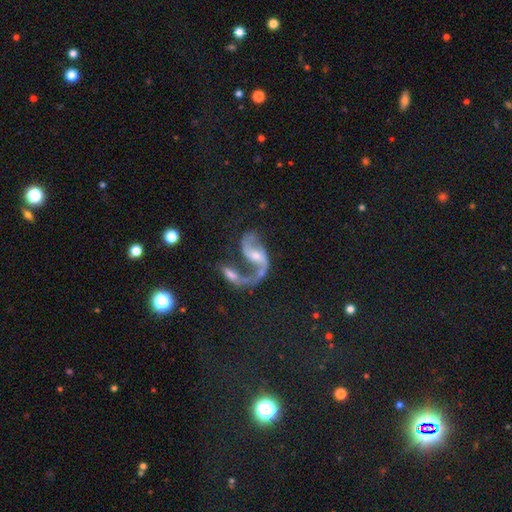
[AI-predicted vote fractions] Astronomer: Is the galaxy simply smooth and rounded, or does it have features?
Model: featured or disk — 82%.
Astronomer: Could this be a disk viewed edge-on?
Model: no — 97%.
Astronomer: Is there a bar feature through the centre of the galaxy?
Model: no — 47% (runner-up: weak, 36%).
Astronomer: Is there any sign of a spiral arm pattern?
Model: yes — 90%.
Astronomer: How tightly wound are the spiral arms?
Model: loose — 67%.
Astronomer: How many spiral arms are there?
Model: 2 — 79%.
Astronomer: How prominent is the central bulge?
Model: small — 47% (runner-up: moderate, 43%).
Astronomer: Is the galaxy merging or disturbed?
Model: merger — 36% (runner-up: none, 29%).